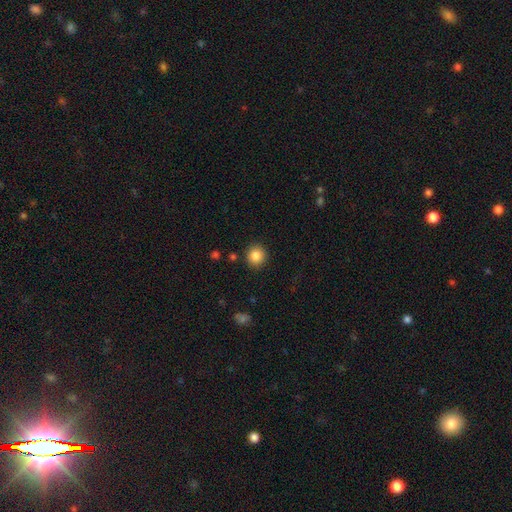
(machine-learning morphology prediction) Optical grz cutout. It shows a smooth galaxy with no disk features (85%) that is round (91%). Merging: none (90%).